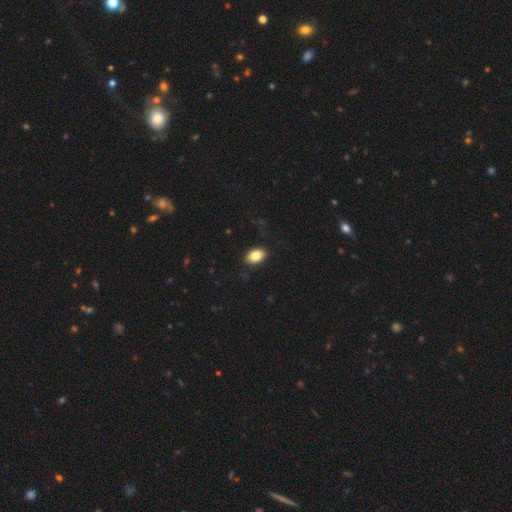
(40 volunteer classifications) A smooth galaxy with no disk features (78%) that is in between round and cigar-shaped (87%).

Vote fractions:
- Smooth or featured? smooth: 78% / star or artifact: 12% / featured or disk: 10%
- How rounded? in between: 87% / round: 13% / cigar-shaped: 0%
- Merging? none: 89% / minor disturbance: 9% / major disturbance: 3% / merger: 0%